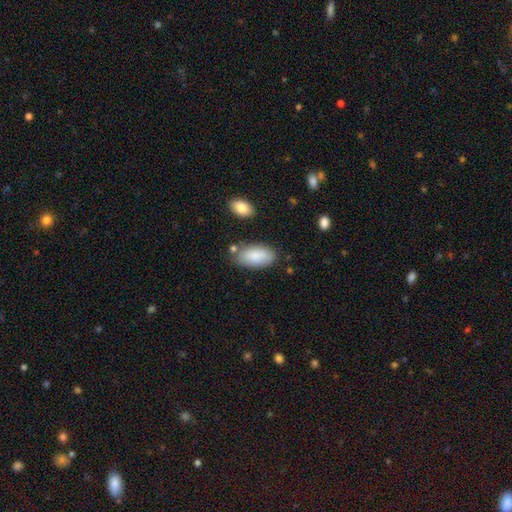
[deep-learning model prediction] smooth 85%, featured or disk 9%, star or artifact 6%. Down the decision tree: how rounded — in between (94%); merging — none (73%).